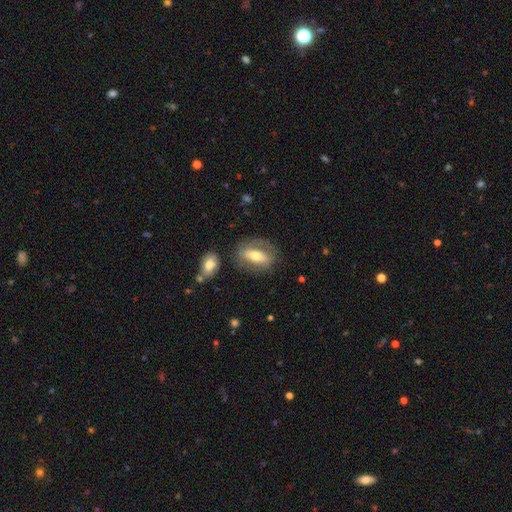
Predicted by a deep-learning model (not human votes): featured or disk 51%, smooth 42%, star or artifact 7%. Down the decision tree: edge-on disk — no (80%); merging — none (67%).